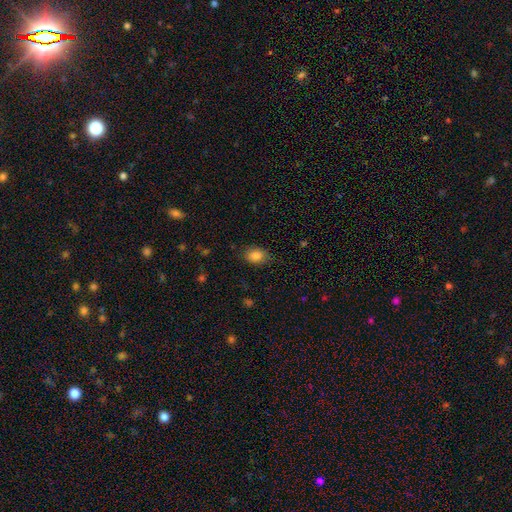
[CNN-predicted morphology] Smooth or featured? Predicted: smooth (p=0.85). How rounded? Predicted: in between (p=0.75). Merging? Predicted: none (p=0.79).